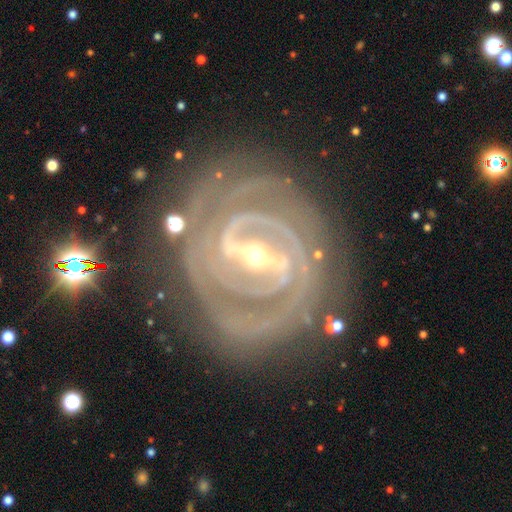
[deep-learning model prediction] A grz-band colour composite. It shows a featured or disk galaxy (92%) with a strong bar (70%), 2 (40%) tight (81%) spiral arms (97%) and a small central bulge (60%). Merging: none (80%).